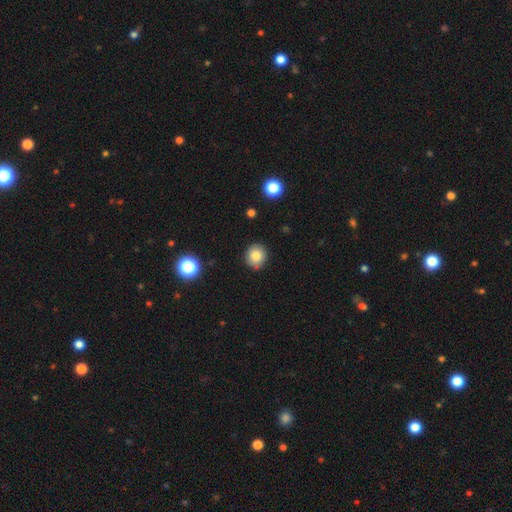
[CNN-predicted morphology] smooth_or_featured: smooth (p=0.82) [alt: star or artifact p=0.11]
how_rounded: round (p=0.86) [alt: in between p=0.13]
merging: none (p=0.86) [alt: minor disturbance p=0.10]